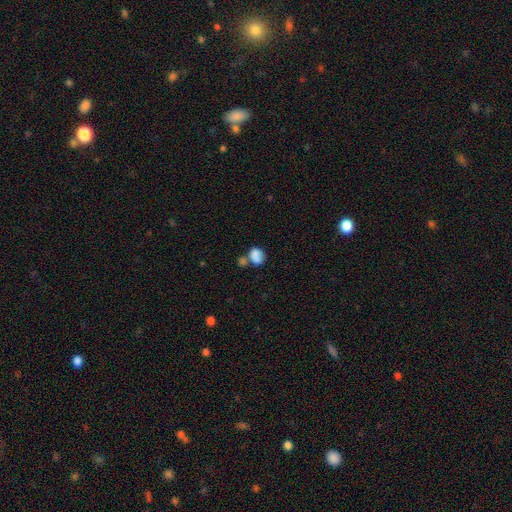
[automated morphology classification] Q: Smooth or featured?
A: smooth (77%); runner-up: featured or disk (14%)
Q: How rounded?
A: in between (52%); runner-up: round (47%)
Q: Merging?
A: merger (47%); runner-up: none (31%)